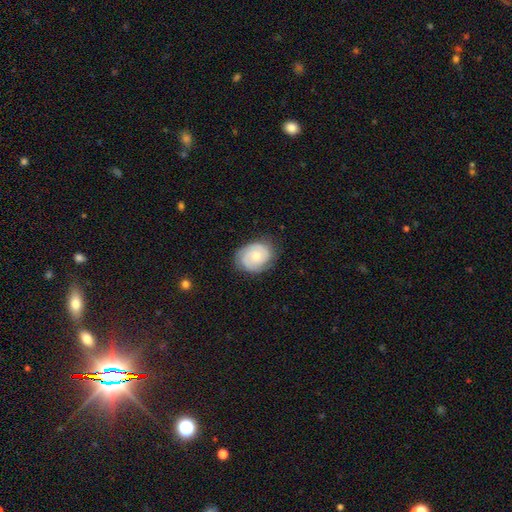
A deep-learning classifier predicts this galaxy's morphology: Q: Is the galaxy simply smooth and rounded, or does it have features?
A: featured or disk — 72%.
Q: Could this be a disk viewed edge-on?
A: no — 98%.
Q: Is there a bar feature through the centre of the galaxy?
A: no — 69%.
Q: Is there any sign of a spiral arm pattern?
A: yes — 94%.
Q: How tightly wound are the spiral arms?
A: tight — 63%.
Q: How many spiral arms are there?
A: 2 — 59%.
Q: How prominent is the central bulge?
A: moderate — 52%.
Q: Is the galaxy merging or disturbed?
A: none — 78%.